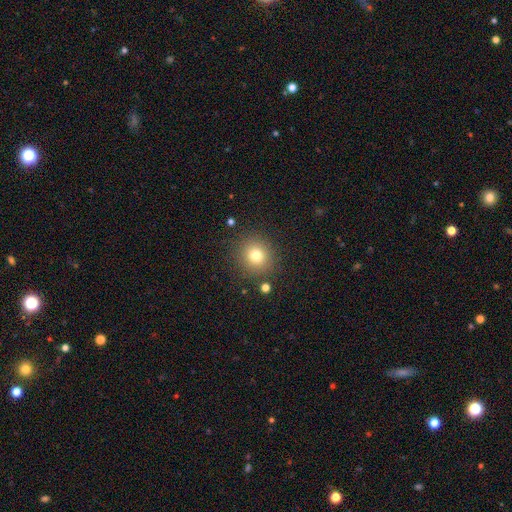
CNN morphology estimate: Smooth or featured? smooth (76%)
How rounded? round (90%)
Merging? none (87%)